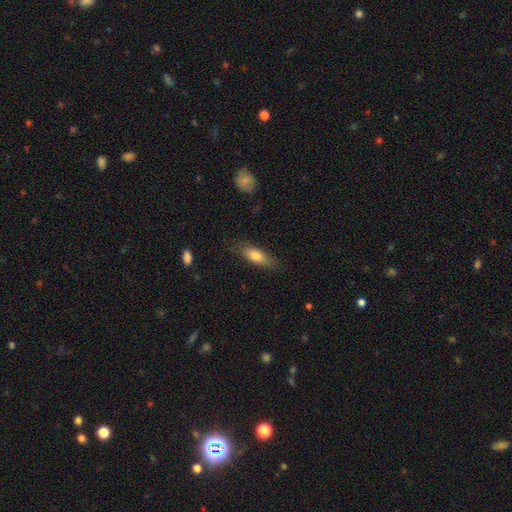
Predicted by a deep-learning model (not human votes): Overall: smooth (73%). How rounded: in between (61%; cigar-shaped 36%). Merging: none (77%).